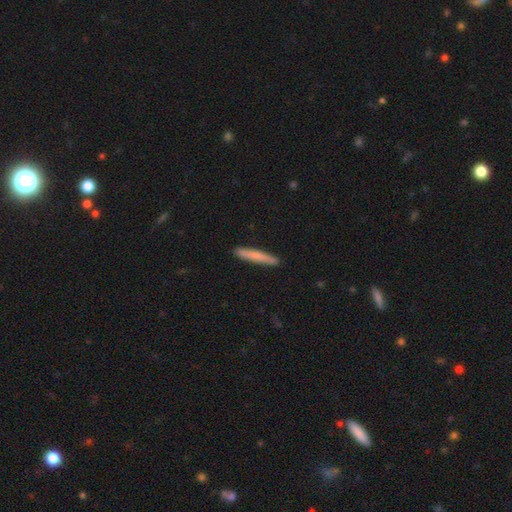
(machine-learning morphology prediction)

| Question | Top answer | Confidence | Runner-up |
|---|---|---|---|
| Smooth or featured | smooth | 73% | featured or disk (22%) |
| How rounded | cigar-shaped | 96% | in between (3%) |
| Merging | none | 91% | minor disturbance (7%) |